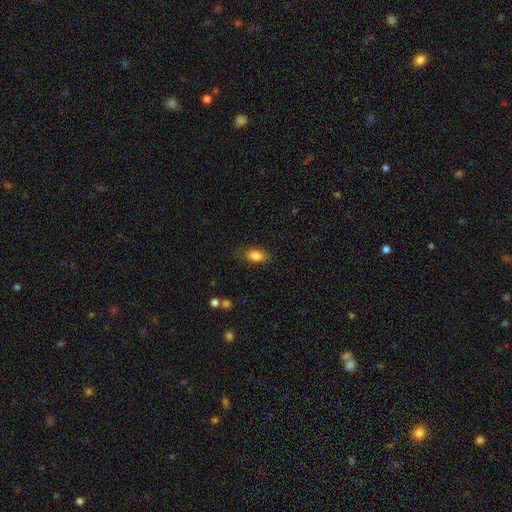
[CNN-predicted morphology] smooth-or-featured: smooth: 83% | star or artifact: 8% | featured or disk: 8%
  how-rounded: in between: 86% | round: 9% | cigar-shaped: 5%
  merging: none: 80% | minor disturbance: 14% | major disturbance: 4% | merger: 1%